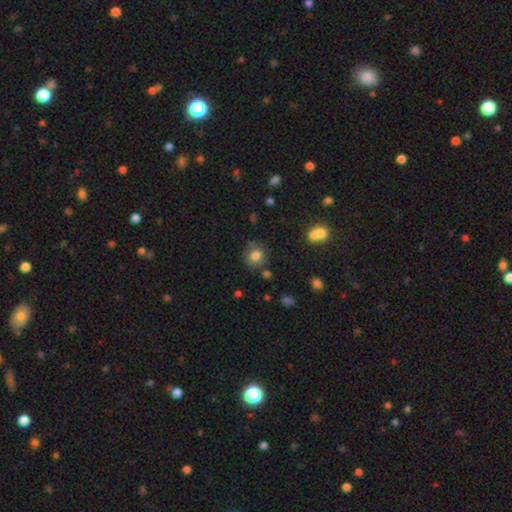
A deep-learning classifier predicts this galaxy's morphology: Smooth or featured? Predicted: smooth (p=0.79). How rounded? Predicted: round (p=0.81). Merging? Predicted: none (p=0.75).